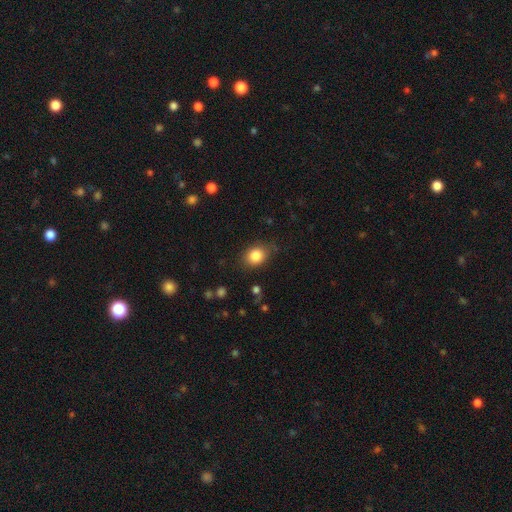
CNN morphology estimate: smooth 85%, star or artifact 9%, featured or disk 6%. Down the decision tree: how rounded — in between (53%); merging — none (77%).